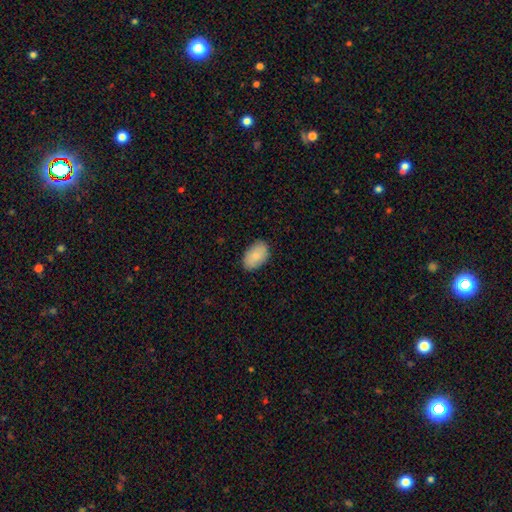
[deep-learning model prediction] smooth_or_featured: smooth (p=0.83) [alt: featured or disk p=0.10]
how_rounded: in between (p=0.92) [alt: round p=0.07]
merging: none (p=0.86) [alt: minor disturbance p=0.11]